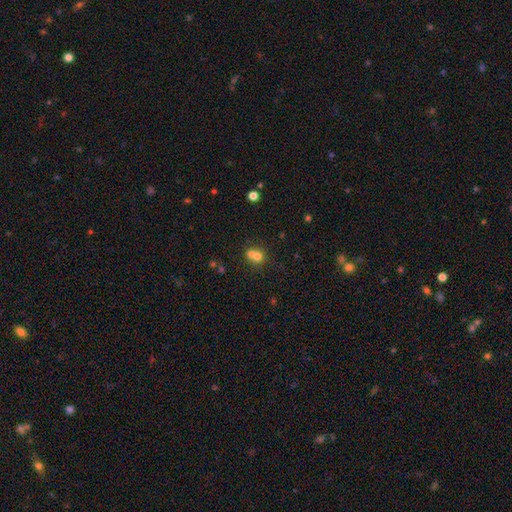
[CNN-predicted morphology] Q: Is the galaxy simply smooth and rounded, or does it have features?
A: smooth — 69%.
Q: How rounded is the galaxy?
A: round — 80%.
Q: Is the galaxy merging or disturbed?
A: merger — 58%.